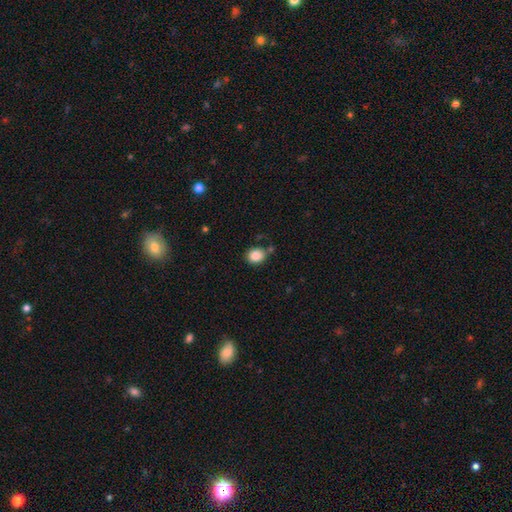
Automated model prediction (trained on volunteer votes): smooth 87%, star or artifact 9%, featured or disk 4%. Down the decision tree: how rounded — round (63%); merging — none (73%).